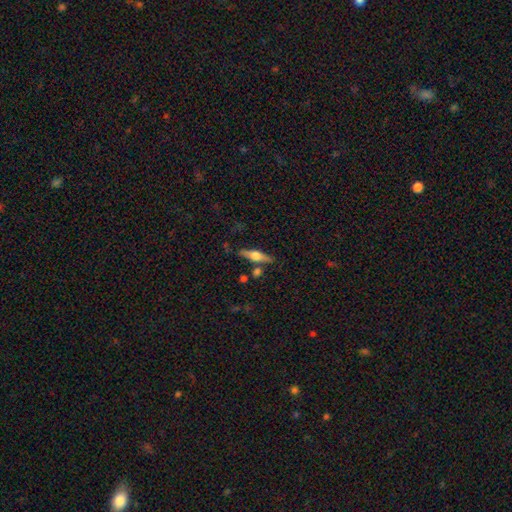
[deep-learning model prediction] A featured or disk galaxy (61%) viewed edge-on (95%) with a rounded central bulge (93%).

Vote fractions:
- Smooth or featured? featured or disk: 61% / smooth: 33% / star or artifact: 6%
- Edge-on disk? yes: 95% / no: 5%
- Edge-on bulge? rounded: 93% / boxy: 5% / none: 2%
- Merging? none: 78% / minor disturbance: 12% / merger: 7% / major disturbance: 3%